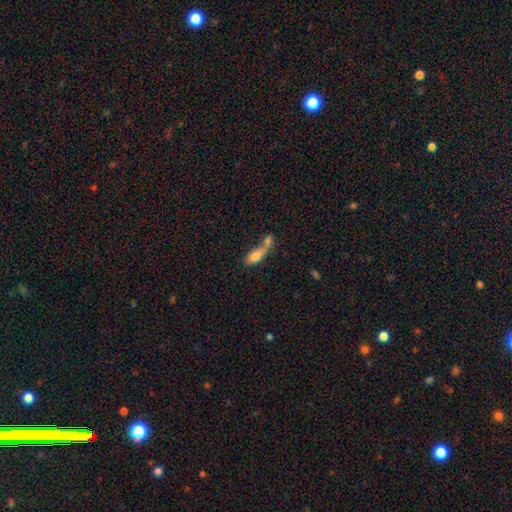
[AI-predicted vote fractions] Smooth or featured?
  - smooth: 74% *
  - featured or disk: 18%
  - star or artifact: 8%
How rounded?
  - in between: 73% *
  - cigar-shaped: 22%
  - round: 5%
Merging?
  - merger: 64% *
  - none: 19%
  - minor disturbance: 9%
  - major disturbance: 8%